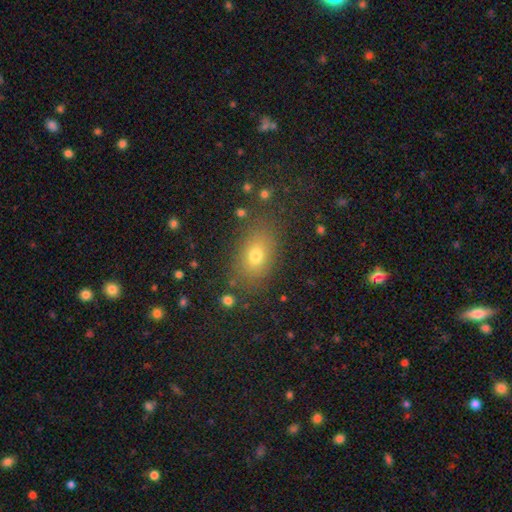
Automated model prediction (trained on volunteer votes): Smooth or featured? Predicted: smooth (p=0.71). How rounded? Predicted: in between (p=0.76). Merging? Predicted: none (p=0.81).